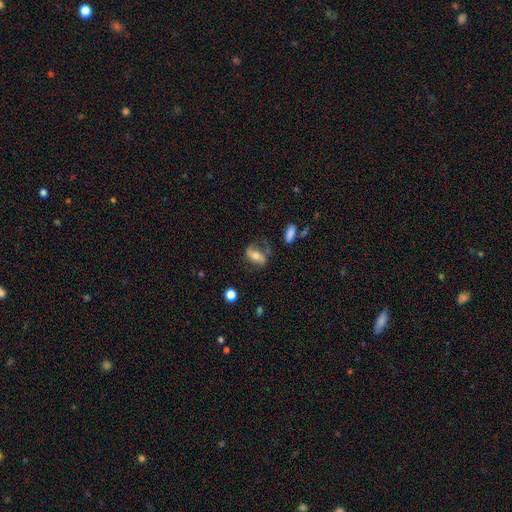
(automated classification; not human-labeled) This appears to be a featured or disk galaxy (49%). Merging: none (56%).